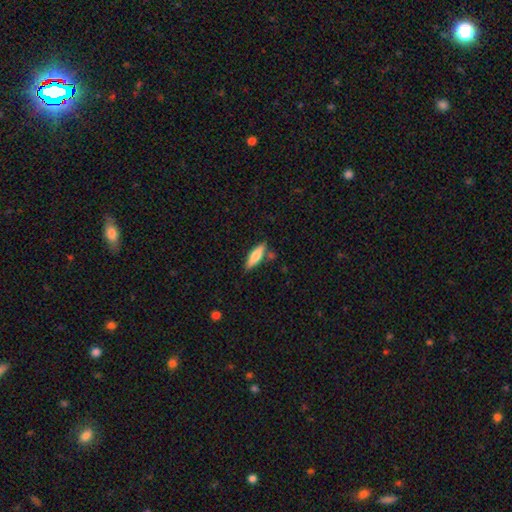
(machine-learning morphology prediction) Smooth or featured? smooth (68%)
How rounded? cigar-shaped (58%)
Merging? none (76%)